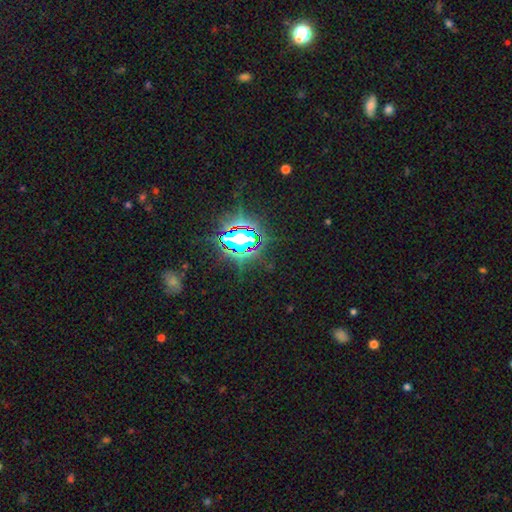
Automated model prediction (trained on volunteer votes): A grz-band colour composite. It shows a star or artifact, not a galaxy (80%).